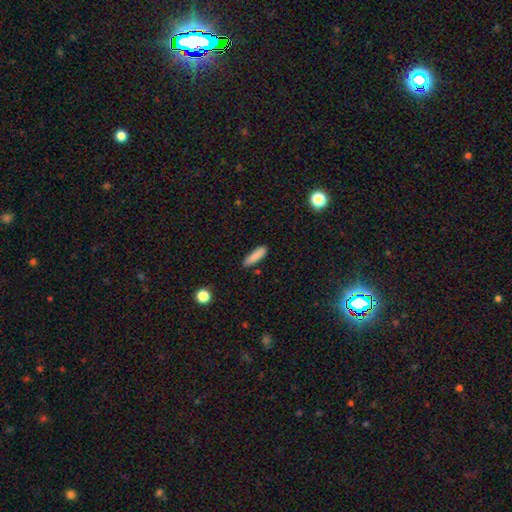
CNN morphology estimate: A smooth galaxy with no disk features (87%) that is cigar-shaped (70%). Merging: none (86%).